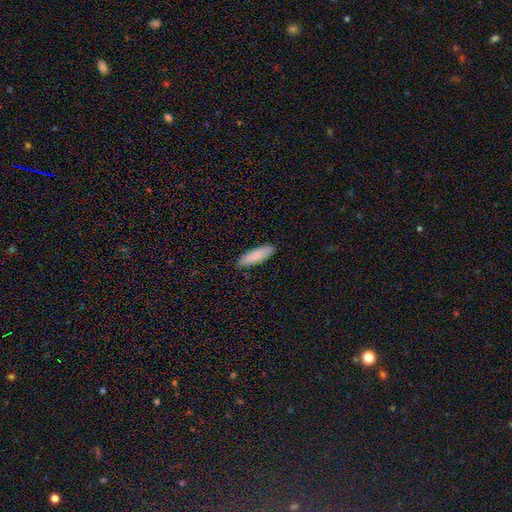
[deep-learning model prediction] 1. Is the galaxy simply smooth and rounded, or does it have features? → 84% smooth, 10% featured or disk, 6% star or artifact.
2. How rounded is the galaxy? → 53% cigar-shaped, 45% in between, 1% round.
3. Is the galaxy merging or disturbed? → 88% none, 9% minor disturbance, 2% major disturbance, 1% merger.